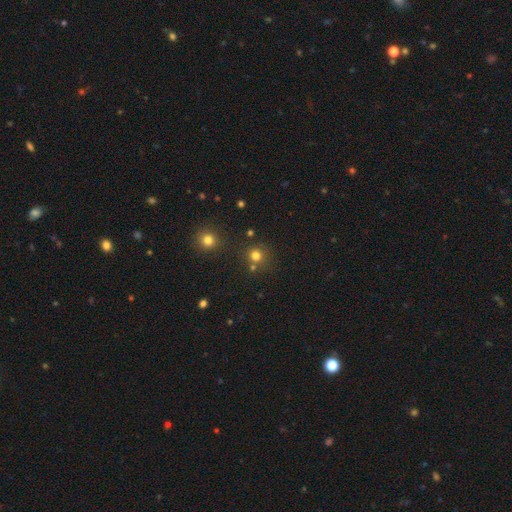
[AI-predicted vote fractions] A smooth galaxy with no disk features (74%) that is round (90%). Merging: none (72%).